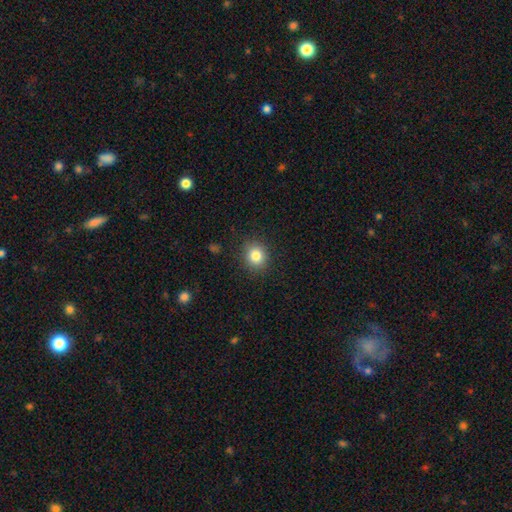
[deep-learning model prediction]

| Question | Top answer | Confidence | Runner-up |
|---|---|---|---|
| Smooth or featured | smooth | 83% | star or artifact (11%) |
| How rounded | round | 76% | in between (23%) |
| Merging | none | 88% | minor disturbance (8%) |